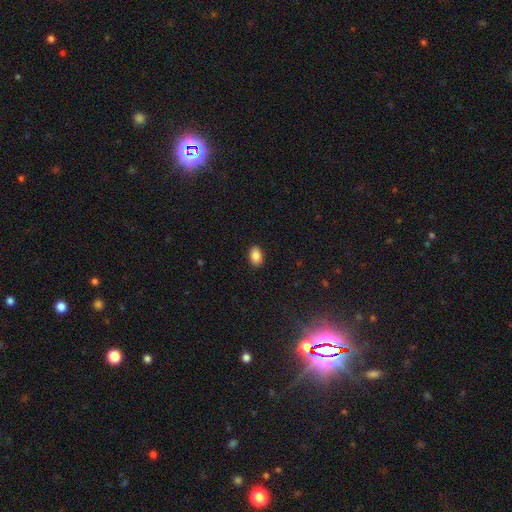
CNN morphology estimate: type=smooth (87%); roundness=in between (87%); merging=none (89%).